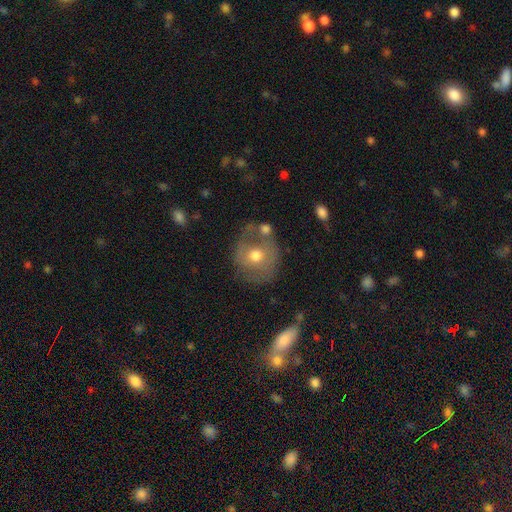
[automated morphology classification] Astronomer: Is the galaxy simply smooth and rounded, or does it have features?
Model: smooth — 50% (runner-up: featured or disk, 42%).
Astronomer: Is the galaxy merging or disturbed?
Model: none — 53%.